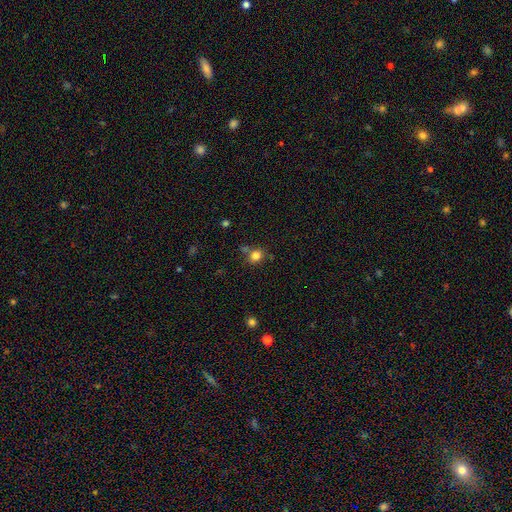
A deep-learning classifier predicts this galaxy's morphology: A smooth galaxy with no disk features (81%) that is round (72%). Merging: none (70%).